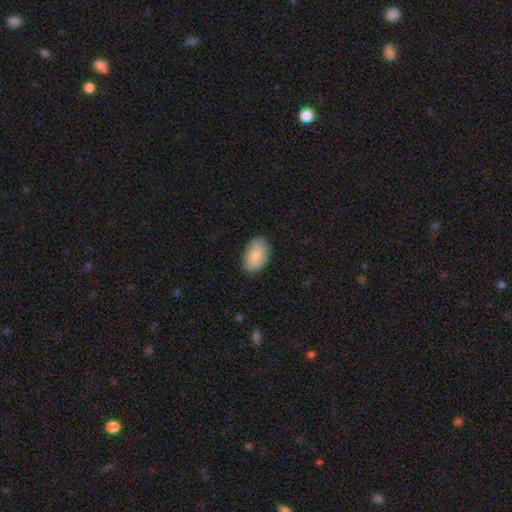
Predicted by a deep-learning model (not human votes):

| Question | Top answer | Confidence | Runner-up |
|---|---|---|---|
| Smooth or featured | smooth | 87% | featured or disk (7%) |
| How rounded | in between | 93% | round (6%) |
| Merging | none | 84% | minor disturbance (12%) |